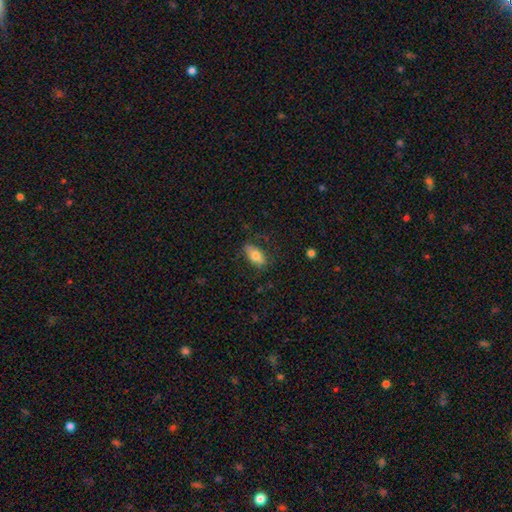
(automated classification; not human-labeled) A smooth galaxy with no disk features (73%) that is in between round and cigar-shaped (86%).

Vote fractions:
- Smooth or featured? smooth: 73% / featured or disk: 19% / star or artifact: 7%
- How rounded? in between: 86% / cigar-shaped: 9% / round: 4%
- Merging? none: 76% / minor disturbance: 17% / major disturbance: 6% / merger: 1%